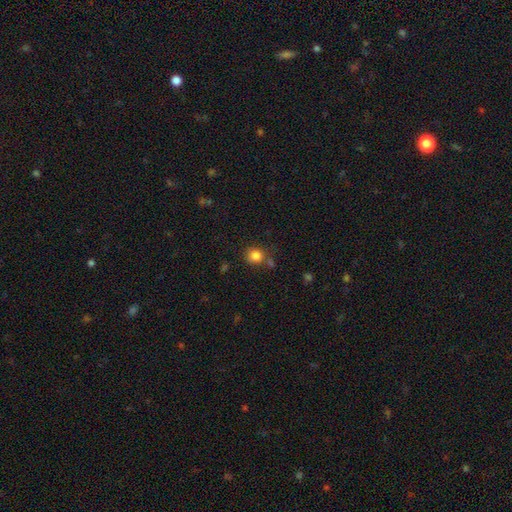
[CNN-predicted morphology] Smooth or featured? Predicted: smooth (p=0.83). How rounded? Predicted: round (p=0.86). Merging? Predicted: none (p=0.74).